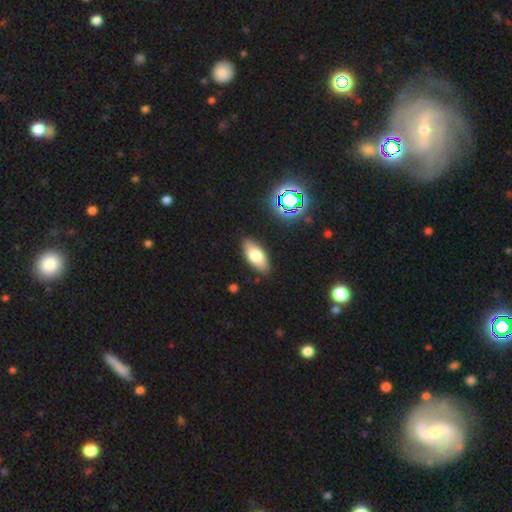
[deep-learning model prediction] Morphology: type=smooth (73%); roundness=in between (87%); merging=none (87%).